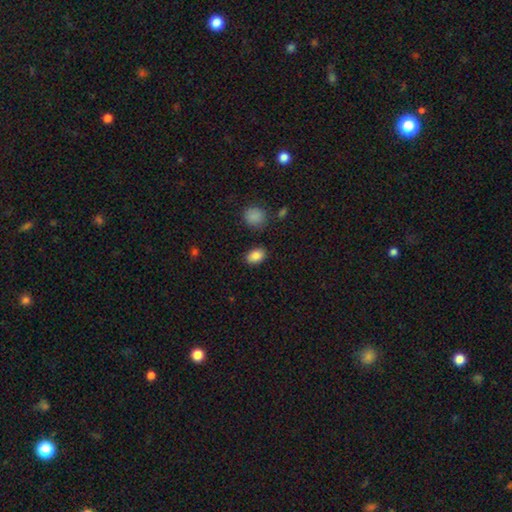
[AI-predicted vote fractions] Smooth or featured? smooth (85%)
How rounded? in between (81%)
Merging? none (85%)